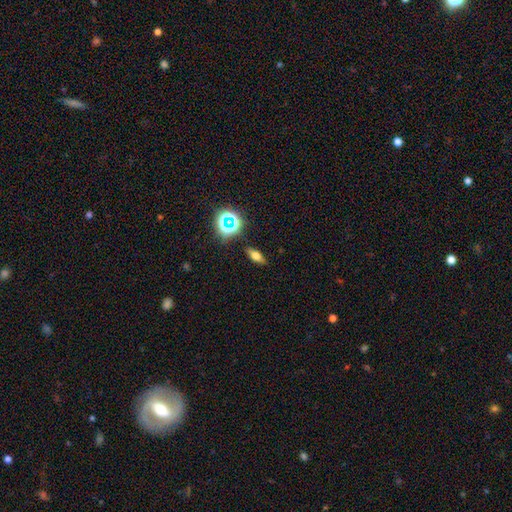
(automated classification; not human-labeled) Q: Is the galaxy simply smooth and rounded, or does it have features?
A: smooth — 60%.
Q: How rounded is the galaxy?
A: in between — 68%.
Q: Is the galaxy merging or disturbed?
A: none — 87%.